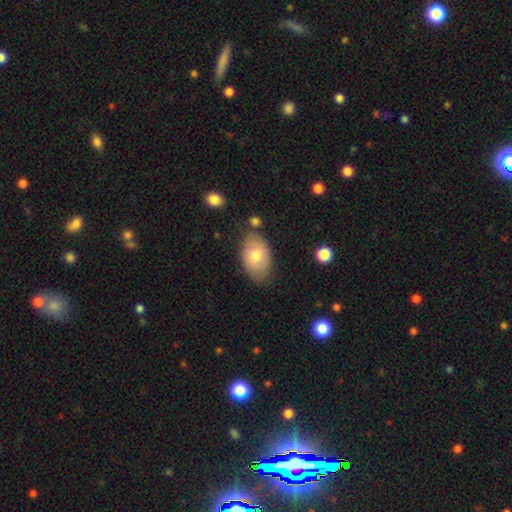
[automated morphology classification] type=smooth (74%); roundness=in between (91%); merging=none (72%).